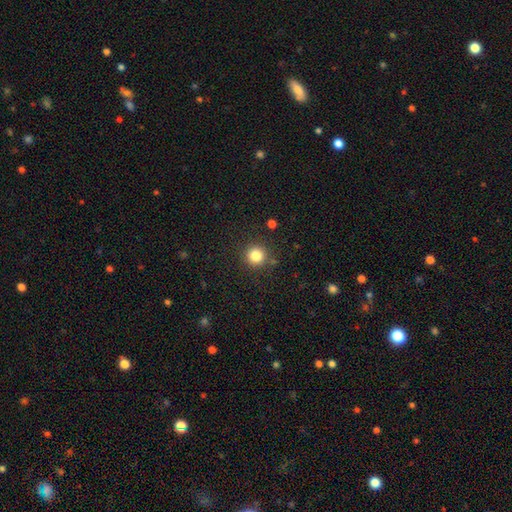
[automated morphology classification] The model was most divided on "smooth or featured": smooth: 82%, star or artifact: 13%, featured or disk: 5%. More confident: how rounded — round (95%); merging — none (88%).